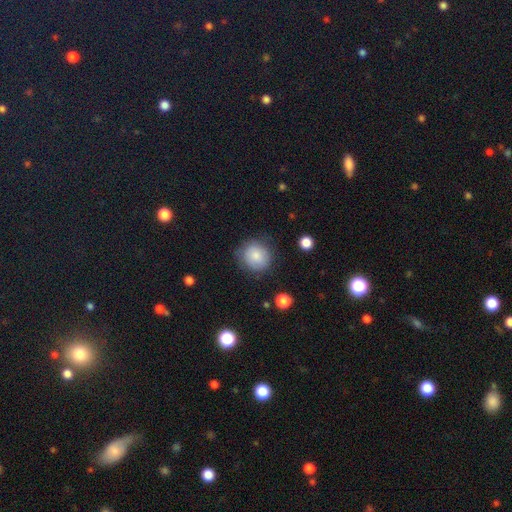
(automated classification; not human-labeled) The model was most divided on "merging": none: 76%, minor disturbance: 17%, major disturbance: 5%, merger: 2%. More confident: how rounded — round (83%); smooth or featured — smooth (82%).